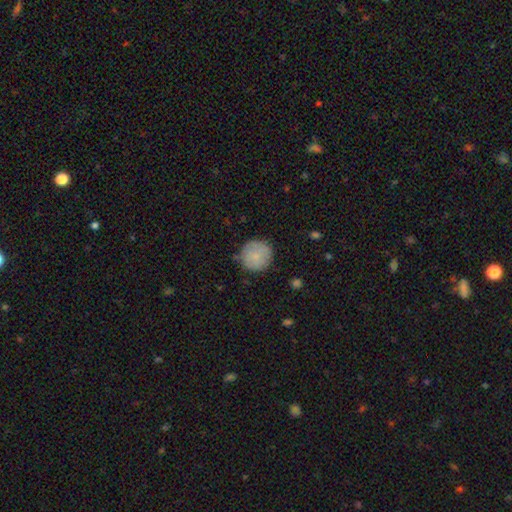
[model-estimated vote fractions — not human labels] This appears to be a smooth galaxy with no disk features (82%) that is round (93%). Merging: none (81%).